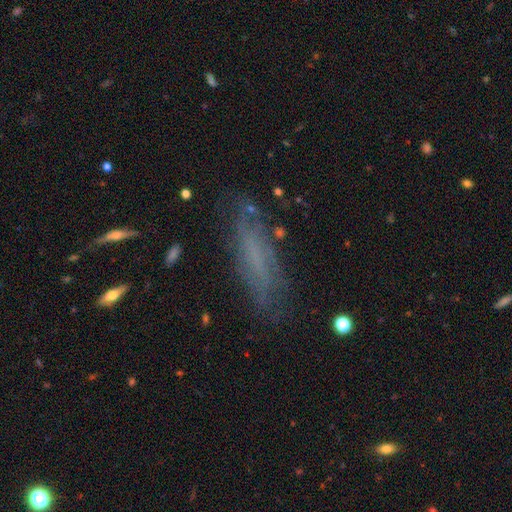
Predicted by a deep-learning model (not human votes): Smooth or featured?
  - smooth: 50% *
  - featured or disk: 36%
  - star or artifact: 14%
How rounded?
  - cigar-shaped: 68% *
  - in between: 30%
  - round: 2%
Merging?
  - none: 73% *
  - minor disturbance: 18%
  - major disturbance: 7%
  - merger: 2%